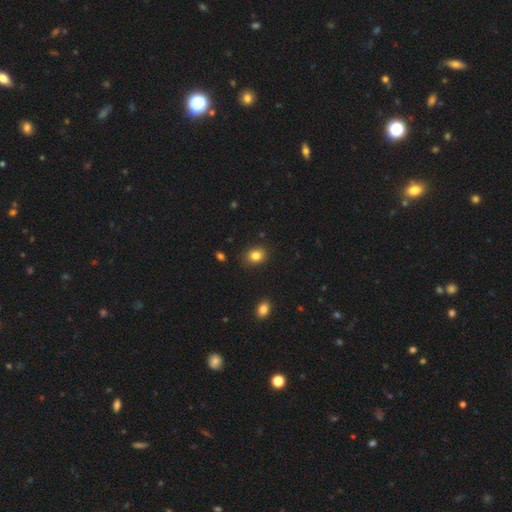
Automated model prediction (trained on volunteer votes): A smooth galaxy with no disk features (84%) that is round (50%).

Vote fractions:
- Smooth or featured? smooth: 84% / star or artifact: 10% / featured or disk: 6%
- How rounded? round: 50% / in between: 49% / cigar-shaped: 1%
- Merging? none: 86% / minor disturbance: 10% / major disturbance: 2% / merger: 1%